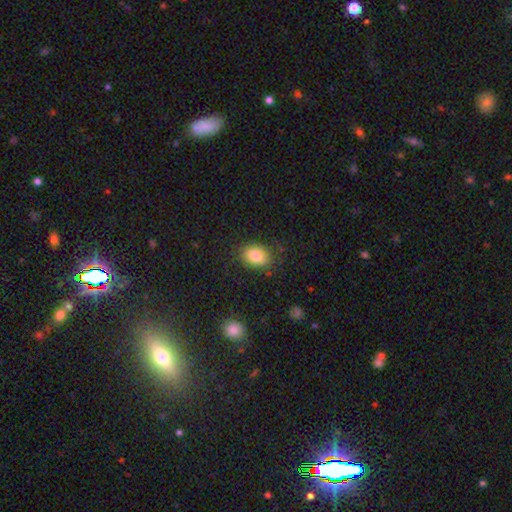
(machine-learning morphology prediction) Overall: smooth (84%). How rounded: in between (71%). Merging: none (82%).